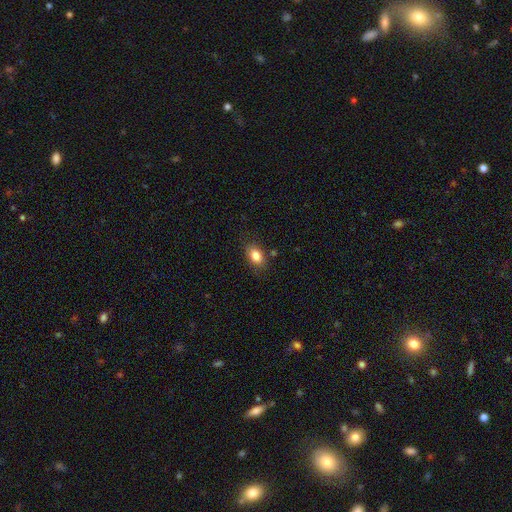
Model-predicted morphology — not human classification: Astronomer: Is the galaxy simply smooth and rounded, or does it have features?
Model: smooth — 84%.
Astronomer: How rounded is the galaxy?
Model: in between — 85%.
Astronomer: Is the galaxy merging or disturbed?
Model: none — 82%.